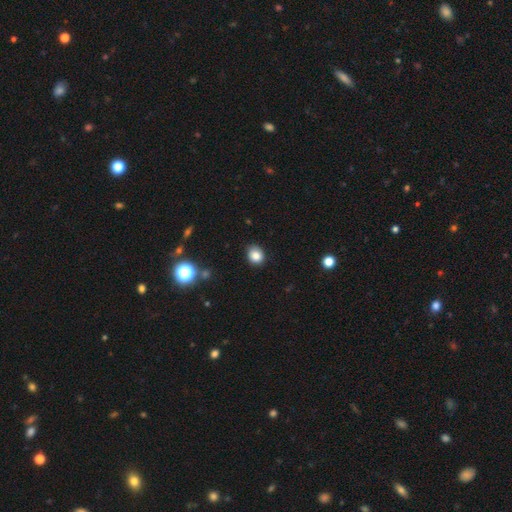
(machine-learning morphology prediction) Smooth or featured? Predicted: smooth (p=0.83). How rounded? Predicted: round (p=0.63). Merging? Predicted: none (p=0.86).